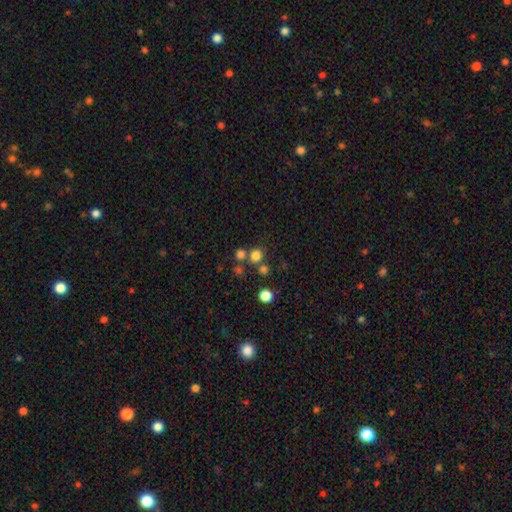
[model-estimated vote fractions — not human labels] Smooth or featured? Predicted: smooth (p=0.76). How rounded? Predicted: round (p=0.87). Merging? Predicted: none (p=0.68).